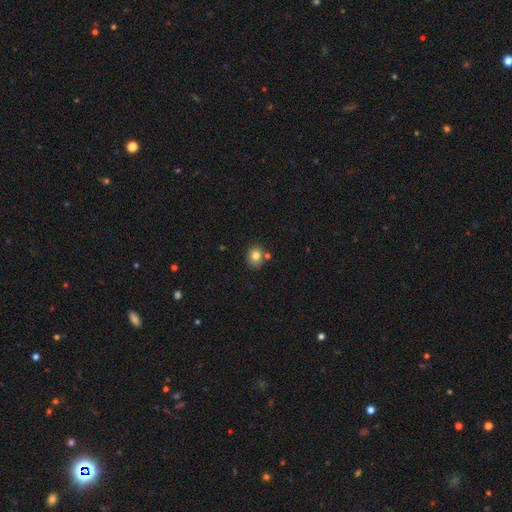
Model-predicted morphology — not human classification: Smooth or featured? smooth (80%)
How rounded? round (64%)
Merging? none (74%)